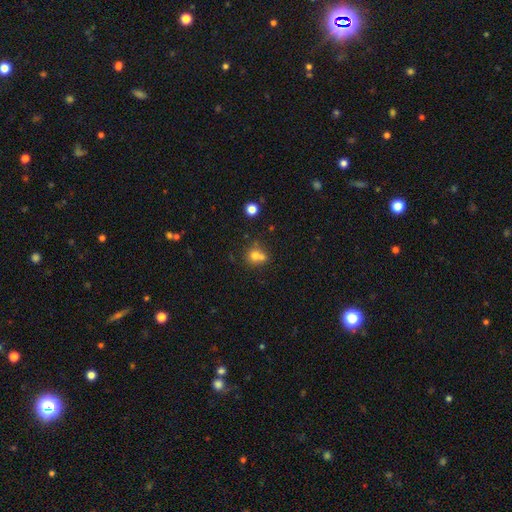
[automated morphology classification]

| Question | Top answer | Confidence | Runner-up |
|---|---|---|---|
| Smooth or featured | smooth | 70% | featured or disk (15%) |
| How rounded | round | 77% | in between (22%) |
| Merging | merger | 48% | none (39%) |